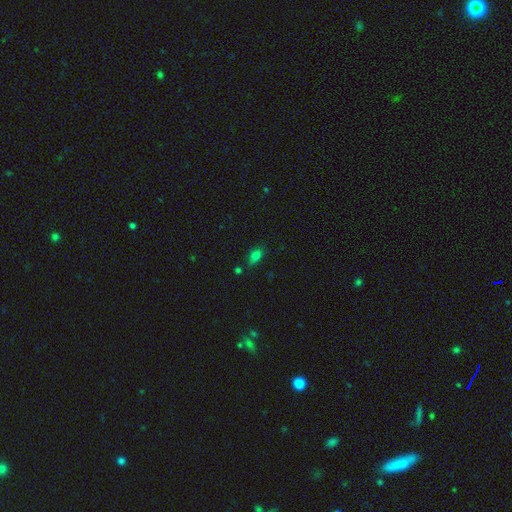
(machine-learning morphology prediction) smooth-or-featured: smooth: 73% | star or artifact: 18% | featured or disk: 9%
  how-rounded: in between: 79% | round: 15% | cigar-shaped: 6%
  merging: none: 71% | minor disturbance: 19% | merger: 6% | major disturbance: 4%